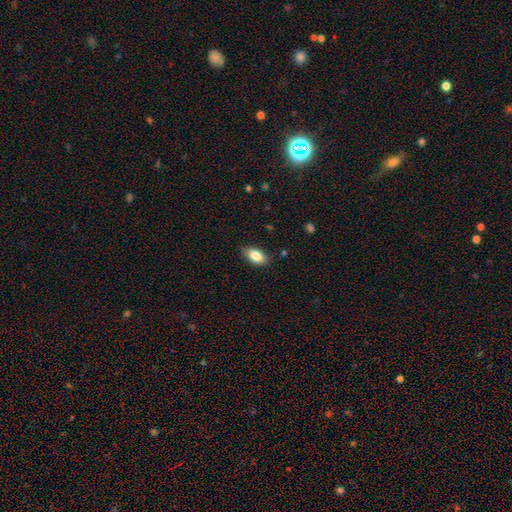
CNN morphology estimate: This appears to be a smooth galaxy with no disk features (86%) that is in between round and cigar-shaped (92%). Merging: none (84%).